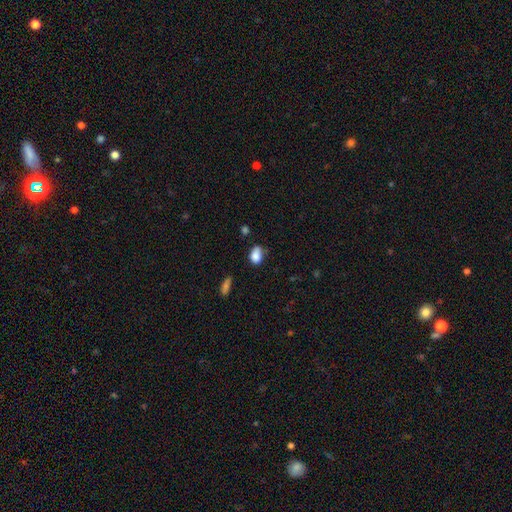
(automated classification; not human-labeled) A smooth galaxy with no disk features (84%) that is in between round and cigar-shaped (78%).

Vote fractions:
- Smooth or featured? smooth: 84% / star or artifact: 9% / featured or disk: 7%
- How rounded? in between: 78% / round: 20% / cigar-shaped: 2%
- Merging? none: 51% / minor disturbance: 36% / major disturbance: 8% / merger: 4%